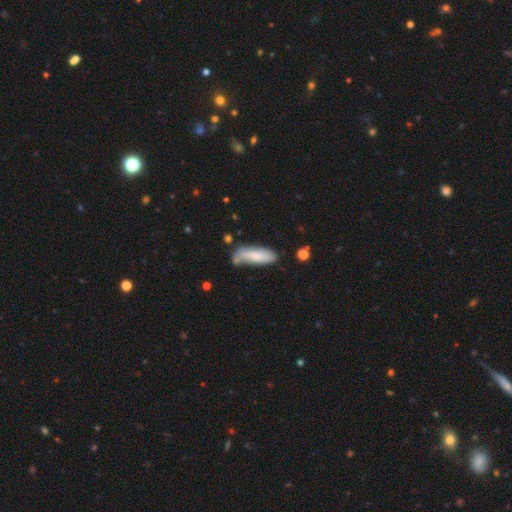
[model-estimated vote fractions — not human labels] A smooth galaxy with no disk features (72%) that is in between round and cigar-shaped (52%). Merging: none (51%).